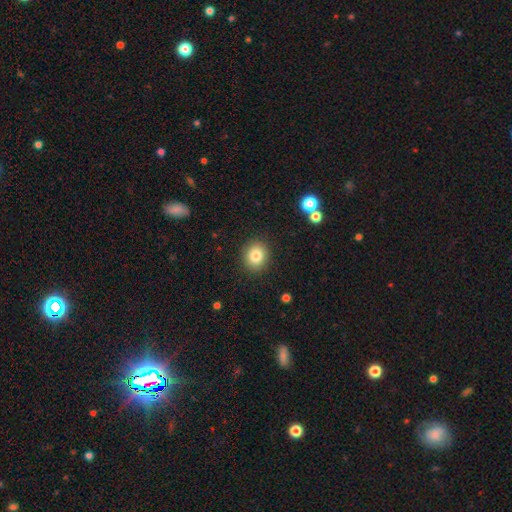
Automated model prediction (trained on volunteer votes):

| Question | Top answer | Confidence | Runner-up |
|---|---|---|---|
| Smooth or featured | smooth | 82% | star or artifact (10%) |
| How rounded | round | 75% | in between (25%) |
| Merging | none | 89% | minor disturbance (7%) |